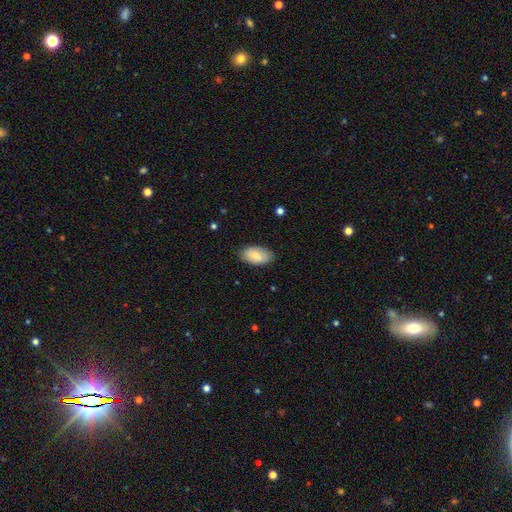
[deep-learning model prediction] This appears to be a smooth galaxy with no disk features (82%) that is in between round and cigar-shaped (94%). Merging: none (82%).